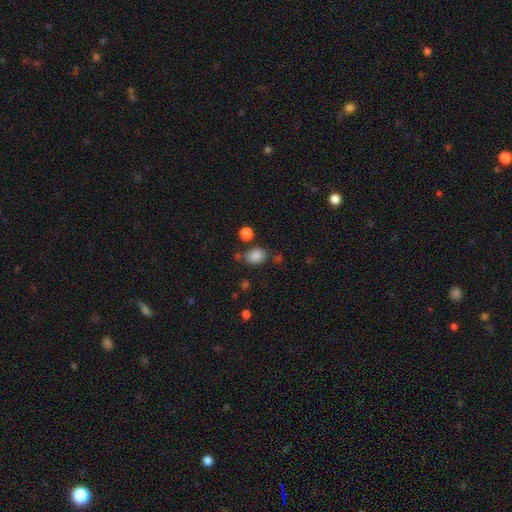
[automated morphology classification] Smooth or featured?
  - smooth: 84% *
  - star or artifact: 12%
  - featured or disk: 5%
How rounded?
  - in between: 61% *
  - round: 37%
  - cigar-shaped: 1%
Merging?
  - none: 66% *
  - minor disturbance: 18%
  - merger: 10%
  - major disturbance: 6%